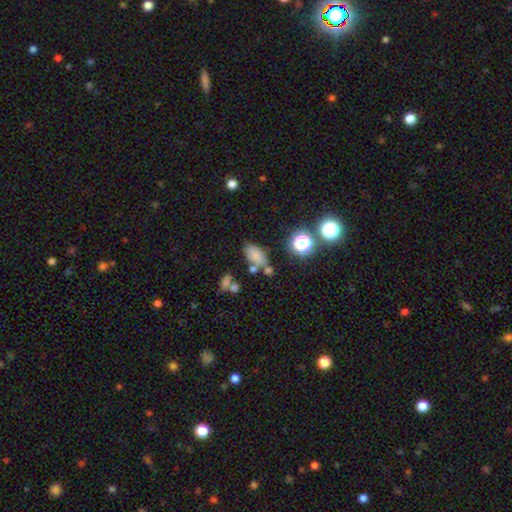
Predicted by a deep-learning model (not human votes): Overall: smooth (75%). How rounded: in between (87%). Merging: none (62%).